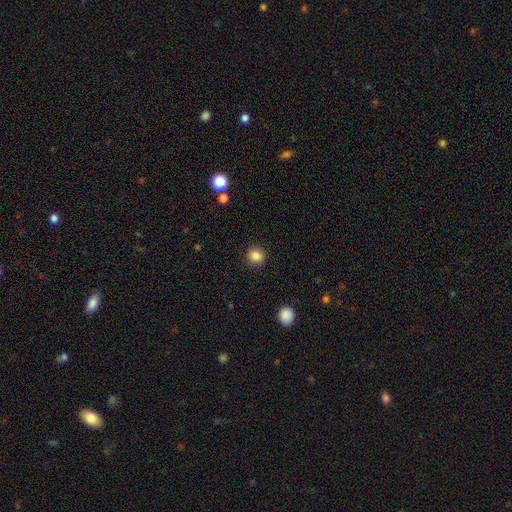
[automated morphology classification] Smooth or featured: smooth — 85% (star or artifact — 10%)
How rounded: round — 85% (in between — 14%)
Merging: none — 91% (minor disturbance — 6%)